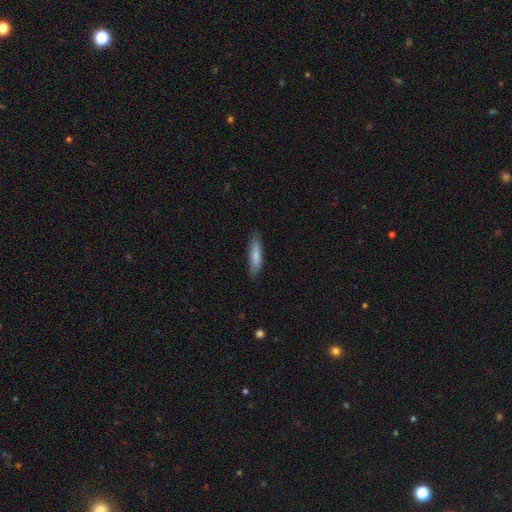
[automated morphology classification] The model was most divided on "how rounded": cigar-shaped: 73%, in between: 26%, round: 1%. More confident: merging — none (83%); smooth or featured — smooth (79%).